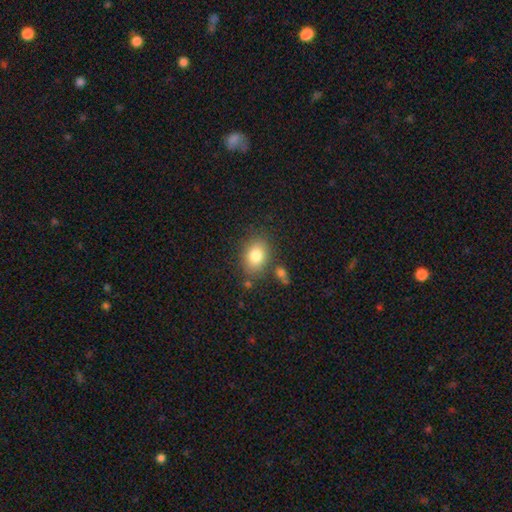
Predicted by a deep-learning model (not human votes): Morphology: type=smooth (82%); roundness=in between (69%); merging=none (77%).